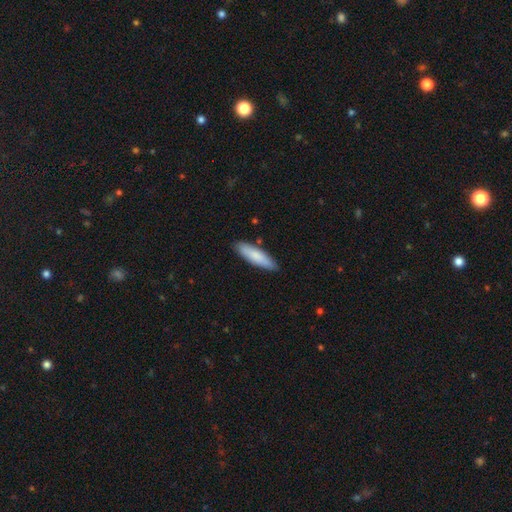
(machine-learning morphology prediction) The model was most divided on "how rounded": cigar-shaped: 67%, in between: 32%, round: 1%. More confident: merging — none (86%); smooth or featured — smooth (81%).